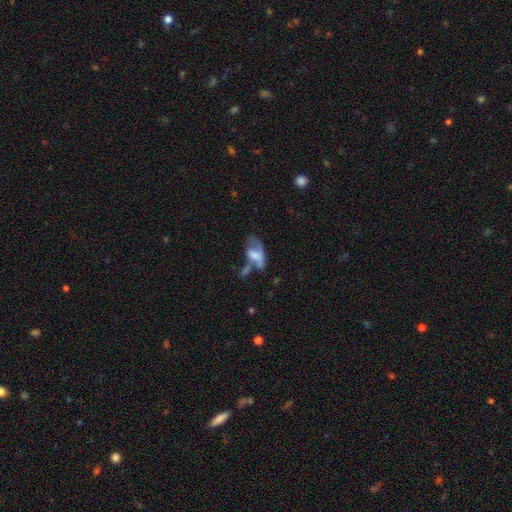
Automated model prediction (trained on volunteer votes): smooth-or-featured: smooth: 54% | featured or disk: 36% | star or artifact: 9%
  how-rounded: in between: 88% | cigar-shaped: 7% | round: 5%
  merging: major disturbance: 30% | merger: 28% | none: 22% | minor disturbance: 20%